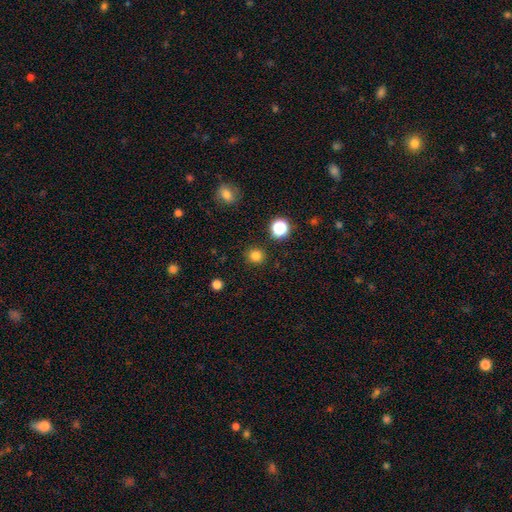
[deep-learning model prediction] smooth 81%, star or artifact 15%, featured or disk 4%. Down the decision tree: how rounded — round (90%); merging — none (90%).